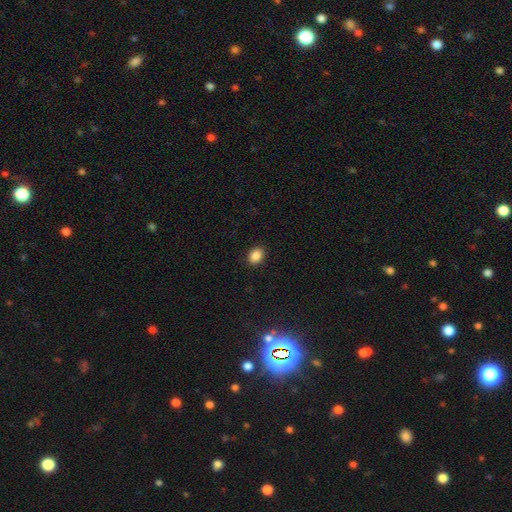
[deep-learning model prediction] Smooth or featured? smooth (88%)
How rounded? in between (70%)
Merging? none (90%)